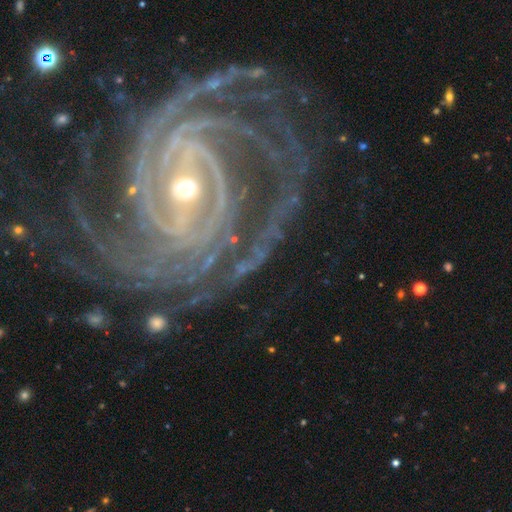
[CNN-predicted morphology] A featured or disk galaxy (93%) with a strong bar (45%), more than 4 (23%) tight (79%) spiral arms (99%) and a moderate central bulge (50%). Merging: none (74%).